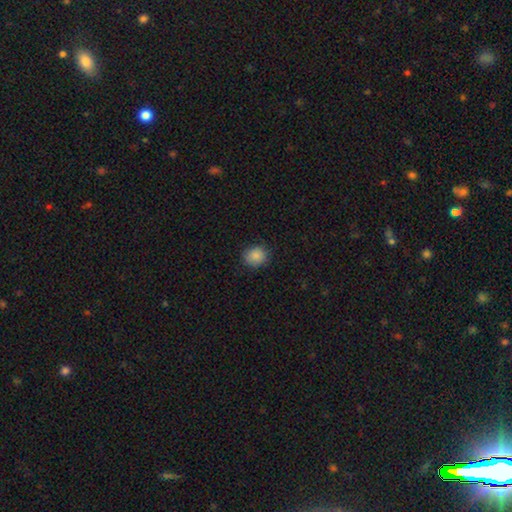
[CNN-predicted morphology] Smooth or featured?
  - smooth: 86% *
  - star or artifact: 9%
  - featured or disk: 5%
How rounded?
  - round: 78% *
  - in between: 21%
  - cigar-shaped: 1%
Merging?
  - none: 85% *
  - minor disturbance: 11%
  - major disturbance: 3%
  - merger: 1%